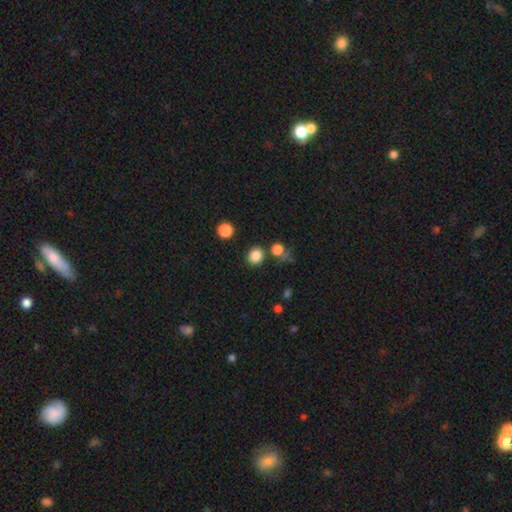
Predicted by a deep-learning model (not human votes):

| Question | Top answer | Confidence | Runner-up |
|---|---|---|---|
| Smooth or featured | smooth | 84% | star or artifact (12%) |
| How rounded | round | 78% | in between (22%) |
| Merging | none | 80% | minor disturbance (9%) |